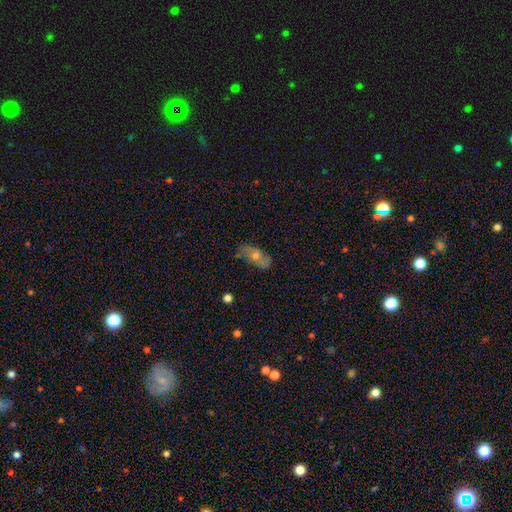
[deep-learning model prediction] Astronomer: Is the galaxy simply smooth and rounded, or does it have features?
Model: featured or disk — 57%.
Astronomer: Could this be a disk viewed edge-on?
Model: no — 86%.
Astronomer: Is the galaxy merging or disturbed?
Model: none — 73%.